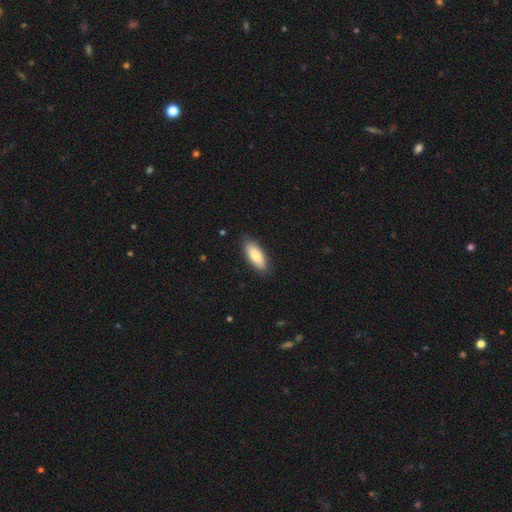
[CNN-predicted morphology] This is clearly a smooth galaxy (80%). How rounded: clearly in between (82%). Merging: clearly none (87%).